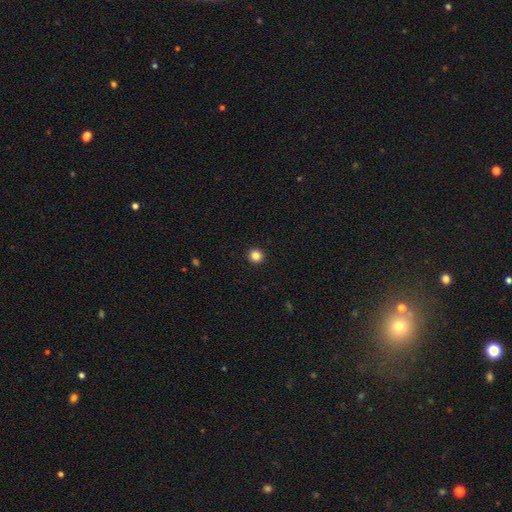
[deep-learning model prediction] Morphology: type=smooth (84%); roundness=round (95%); merging=none (94%).